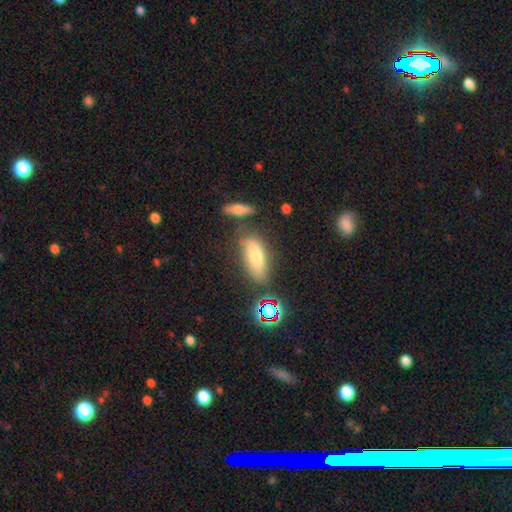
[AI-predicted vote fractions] Smooth or featured?
  - smooth: 56% *
  - featured or disk: 24%
  - star or artifact: 20%
How rounded?
  - in between: 65% *
  - cigar-shaped: 31%
  - round: 4%
Merging?
  - none: 70% *
  - minor disturbance: 16%
  - merger: 9%
  - major disturbance: 5%